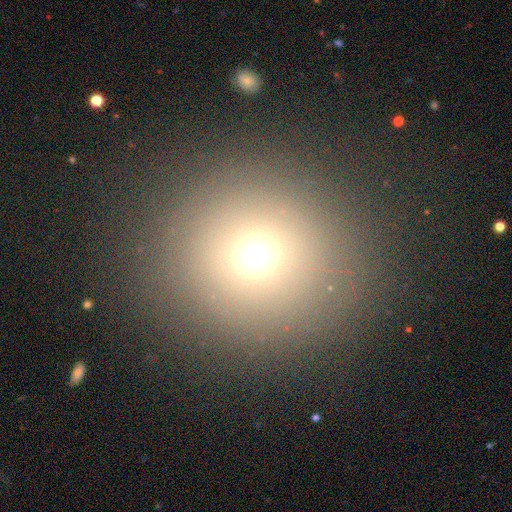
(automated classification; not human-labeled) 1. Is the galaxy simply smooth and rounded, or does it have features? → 69% smooth, 20% star or artifact, 11% featured or disk.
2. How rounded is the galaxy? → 90% round, 9% in between, 1% cigar-shaped.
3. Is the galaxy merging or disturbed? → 87% none, 7% minor disturbance, 4% major disturbance, 2% merger.